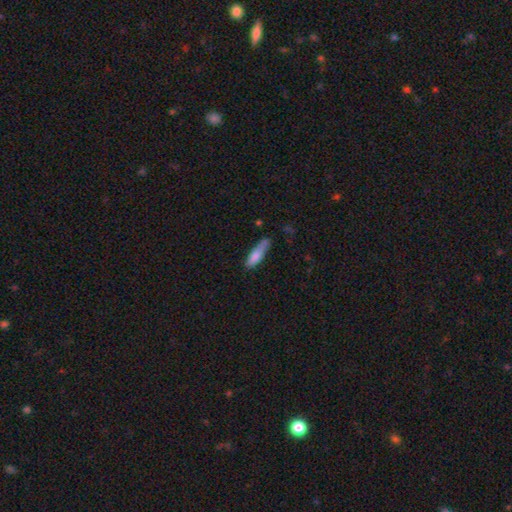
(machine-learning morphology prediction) Smooth or featured: smooth — 79% (featured or disk — 14%)
How rounded: cigar-shaped — 62% (in between — 36%)
Merging: none — 51% (minor disturbance — 34%)